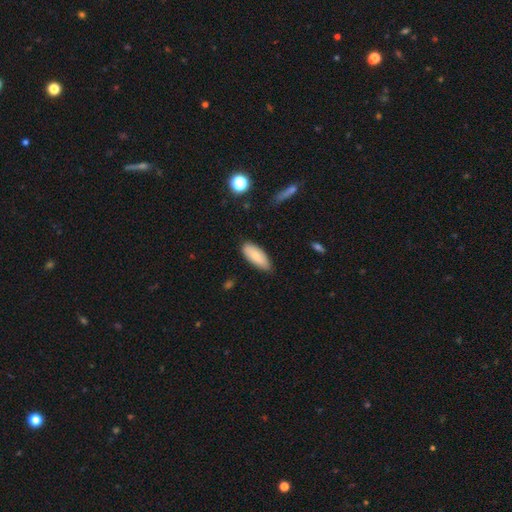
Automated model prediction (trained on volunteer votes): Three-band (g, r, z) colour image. It shows a smooth galaxy with no disk features (81%) that is in between round and cigar-shaped (79%). Merging: none (78%).